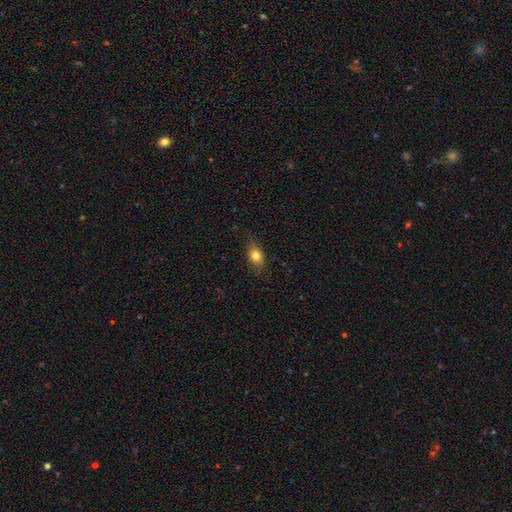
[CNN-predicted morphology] This is likely a smooth galaxy (78%). How rounded: likely in between (70%). Merging: likely none (79%).